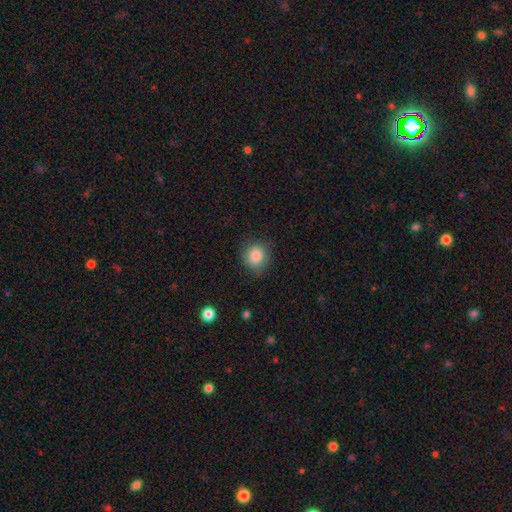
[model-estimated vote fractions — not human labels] smooth 86%, star or artifact 9%, featured or disk 5%. Down the decision tree: how rounded — round (86%); merging — none (80%).